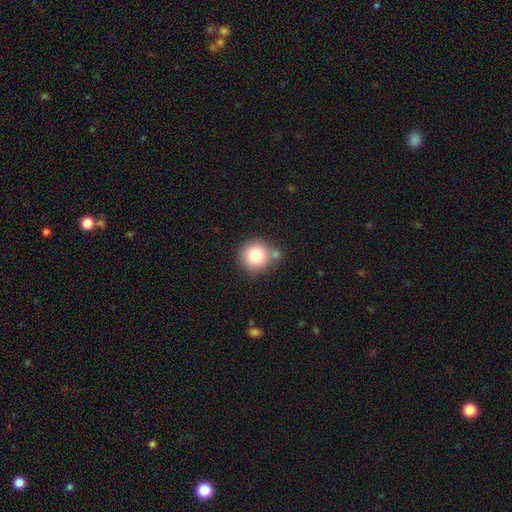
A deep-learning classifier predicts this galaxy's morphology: Smooth or featured?
  - smooth: 80% *
  - featured or disk: 10%
  - star or artifact: 10%
How rounded?
  - round: 93% *
  - in between: 6%
  - cigar-shaped: 1%
Merging?
  - none: 64% *
  - merger: 18%
  - minor disturbance: 13%
  - major disturbance: 4%